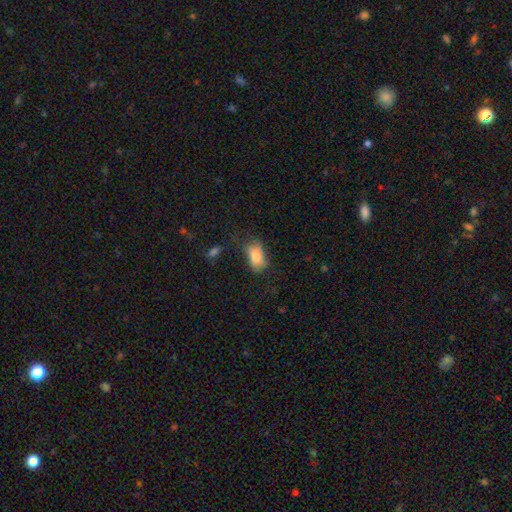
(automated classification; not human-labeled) smooth-or-featured: smooth: 81% | featured or disk: 11% | star or artifact: 8%
  how-rounded: in between: 90% | round: 8% | cigar-shaped: 2%
  merging: none: 47% | minor disturbance: 31% | major disturbance: 18% | merger: 3%